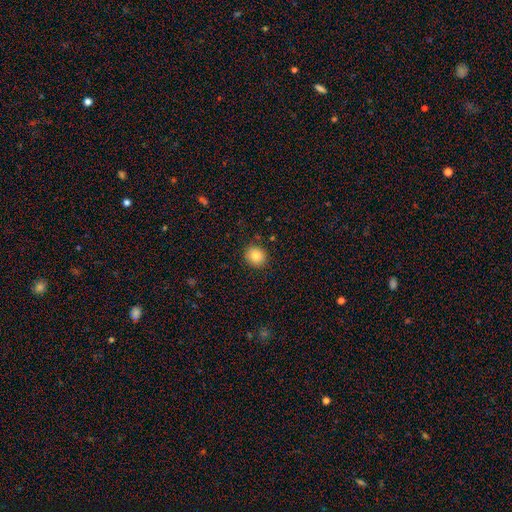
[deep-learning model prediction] smooth 84%, star or artifact 9%, featured or disk 6%. Down the decision tree: how rounded — round (77%); merging — none (89%).